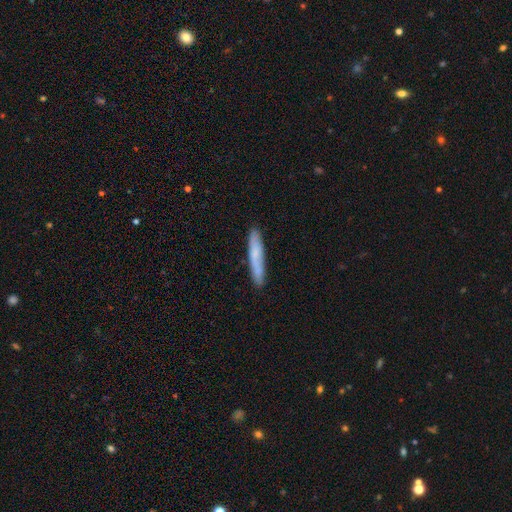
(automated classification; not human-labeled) Q: Smooth or featured?
A: smooth (65%); runner-up: featured or disk (29%)
Q: How rounded?
A: cigar-shaped (94%); runner-up: in between (5%)
Q: Merging?
A: none (85%); runner-up: minor disturbance (12%)